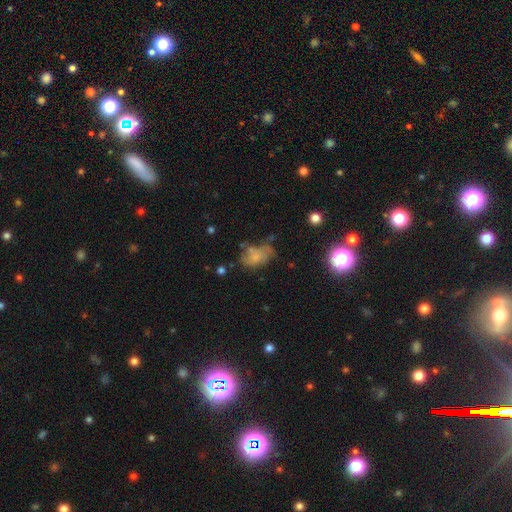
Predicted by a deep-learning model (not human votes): This appears to be a smooth galaxy with no disk features (57%) that is in between round and cigar-shaped (86%). Merging: none (38%).